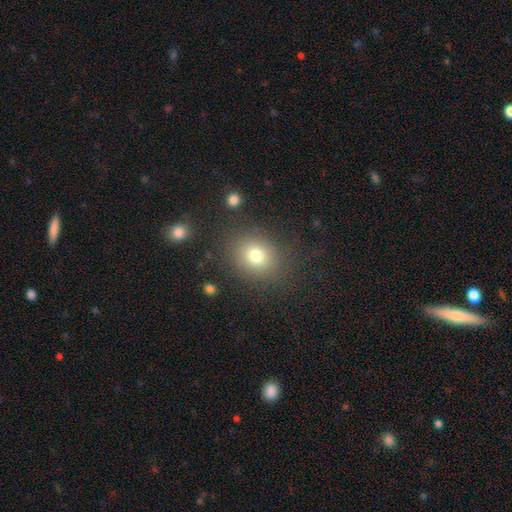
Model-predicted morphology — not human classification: Smooth or featured?
  - smooth: 76% *
  - star or artifact: 14%
  - featured or disk: 10%
How rounded?
  - round: 68% *
  - in between: 31%
  - cigar-shaped: 1%
Merging?
  - none: 81% *
  - minor disturbance: 10%
  - major disturbance: 6%
  - merger: 2%